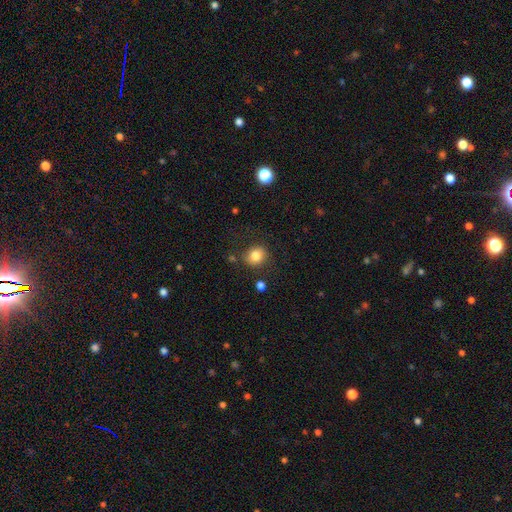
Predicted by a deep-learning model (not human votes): Smooth or featured?
  - smooth: 83% *
  - star or artifact: 11%
  - featured or disk: 7%
How rounded?
  - round: 75% *
  - in between: 24%
  - cigar-shaped: 1%
Merging?
  - none: 81% *
  - minor disturbance: 11%
  - major disturbance: 4%
  - merger: 3%